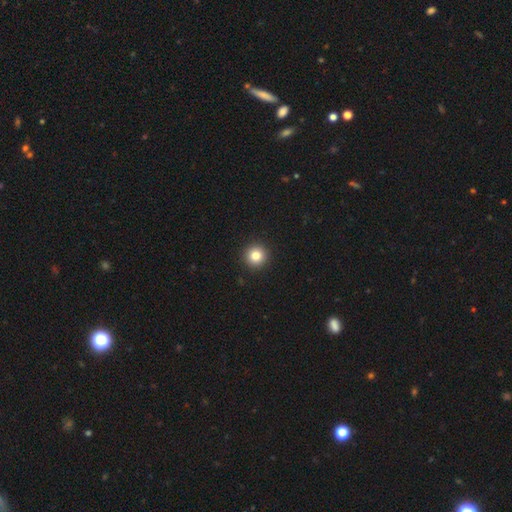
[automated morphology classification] This appears to be a smooth galaxy with no disk features (83%) that is round (96%). Merging: none (93%).